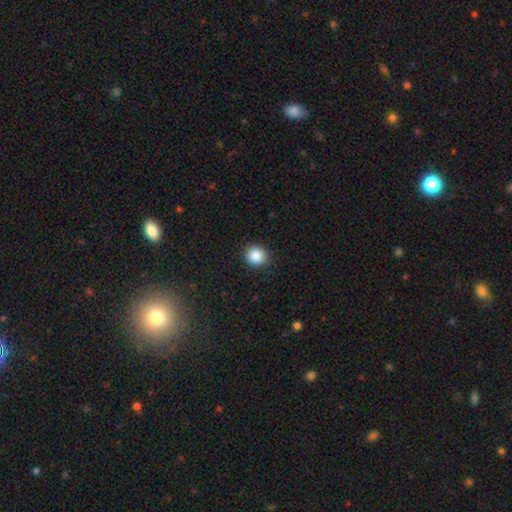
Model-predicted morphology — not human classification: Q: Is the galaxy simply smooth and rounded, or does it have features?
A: smooth — 87%.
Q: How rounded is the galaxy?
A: round — 85%.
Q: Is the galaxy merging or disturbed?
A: none — 91%.